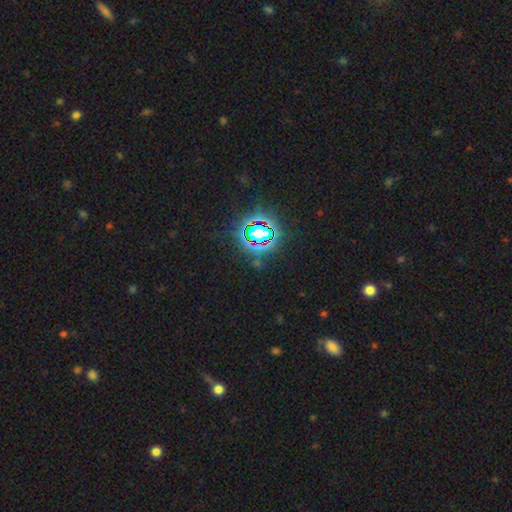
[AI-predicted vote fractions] Morphology: type=star or artifact (81%).